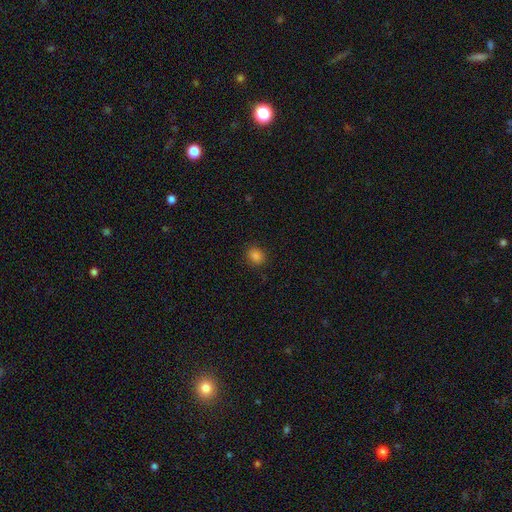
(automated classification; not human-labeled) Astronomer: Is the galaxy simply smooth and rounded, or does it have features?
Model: smooth — 84%.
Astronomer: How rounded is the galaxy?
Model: round — 68%.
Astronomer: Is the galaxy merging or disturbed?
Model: none — 88%.